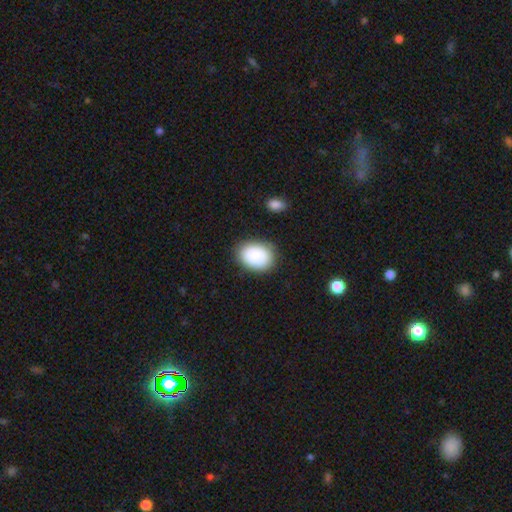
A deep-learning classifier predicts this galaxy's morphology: Smooth or featured? Predicted: smooth (p=0.89). How rounded? Predicted: in between (p=0.70). Merging? Predicted: none (p=0.83).